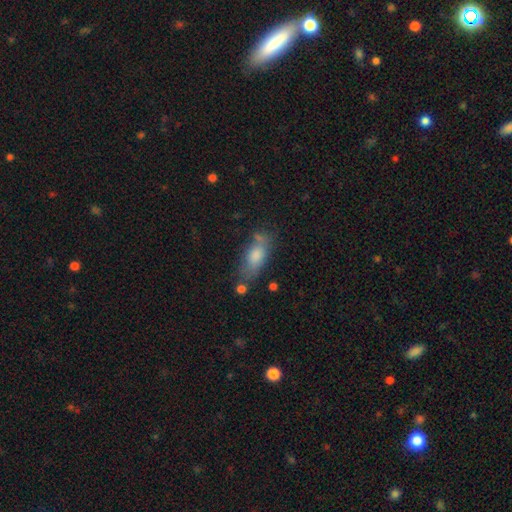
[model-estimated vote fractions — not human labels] Smooth or featured? Predicted: smooth (p=0.58). How rounded? Predicted: in between (p=0.70). Merging? Predicted: none (p=0.69).